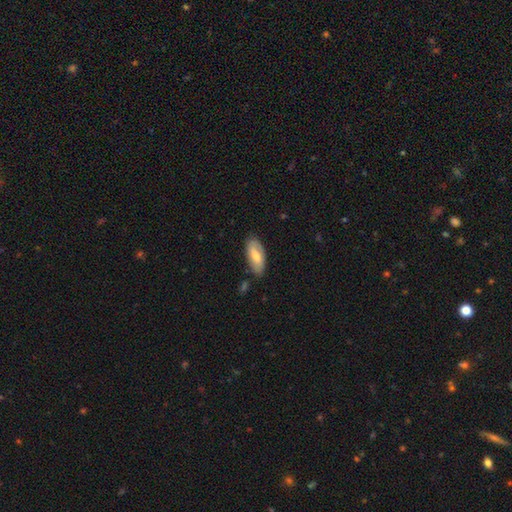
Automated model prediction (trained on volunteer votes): A smooth galaxy with no disk features (64%) that is in between round and cigar-shaped (87%). Merging: none (79%).